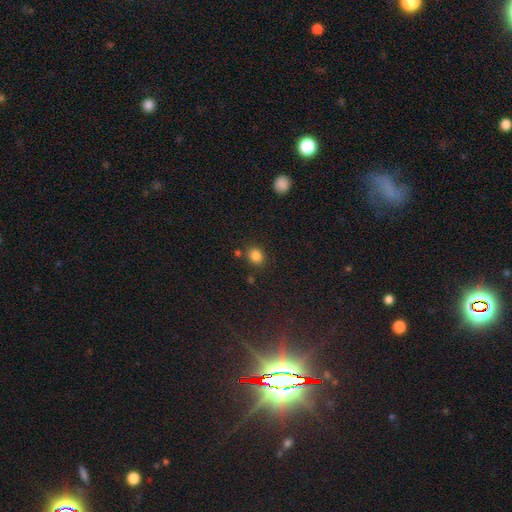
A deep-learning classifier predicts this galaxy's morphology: The model was most divided on "how rounded": round: 66%, in between: 33%, cigar-shaped: 1%. More confident: smooth or featured — smooth (84%); merging — none (80%).